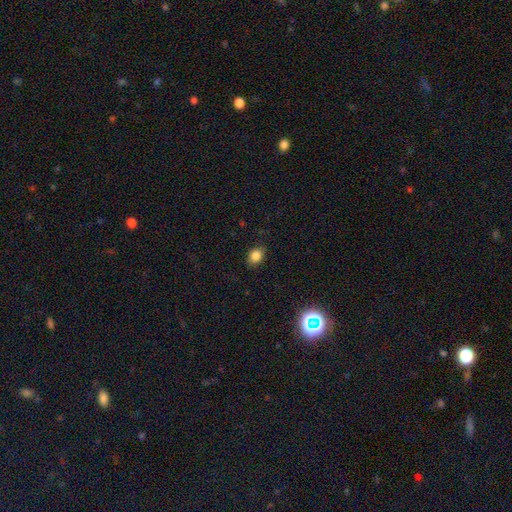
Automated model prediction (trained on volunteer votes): Overall: smooth (82%). How rounded: in between (64%; round 35%). Merging: none (85%).